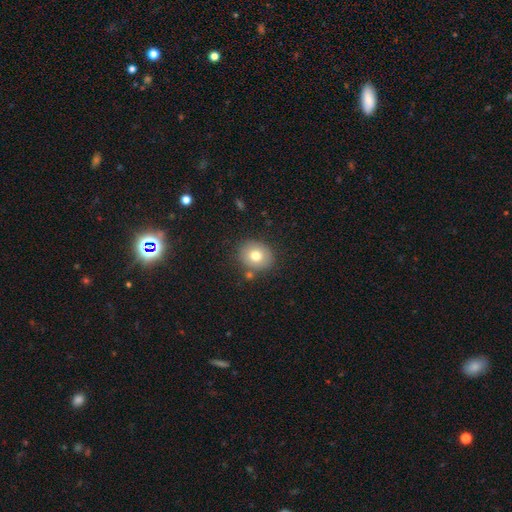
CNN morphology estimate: This is likely a smooth galaxy (75%). How rounded: likely round (69%). Merging: clearly none (81%).